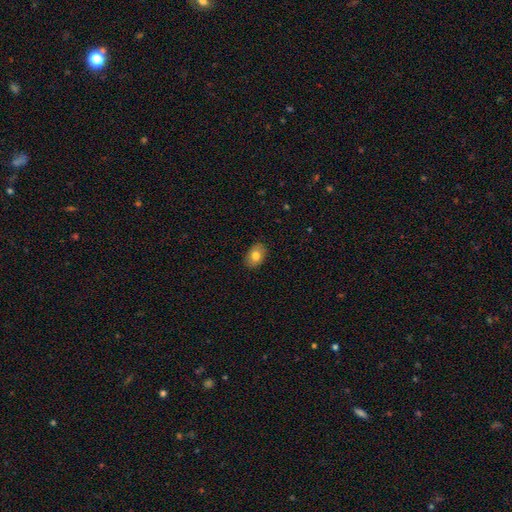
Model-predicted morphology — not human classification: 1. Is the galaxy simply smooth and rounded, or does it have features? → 79% smooth, 13% featured or disk, 8% star or artifact.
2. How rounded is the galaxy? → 83% in between, 16% round, 1% cigar-shaped.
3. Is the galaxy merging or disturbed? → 88% none, 9% minor disturbance, 2% major disturbance, 1% merger.